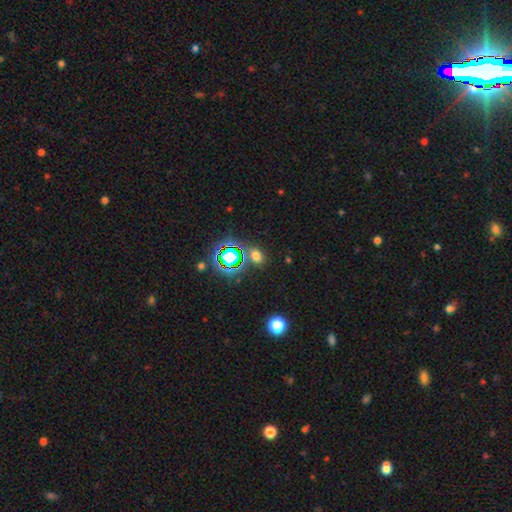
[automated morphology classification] A smooth galaxy with no disk features (57%) that is in between round and cigar-shaped (62%).

Vote fractions:
- Smooth or featured? smooth: 57% / star or artifact: 36% / featured or disk: 7%
- How rounded? in between: 62% / round: 35% / cigar-shaped: 2%
- Merging? none: 77% / minor disturbance: 11% / merger: 7% / major disturbance: 4%